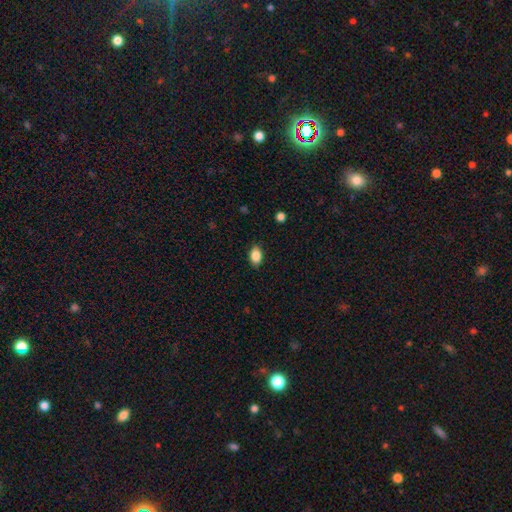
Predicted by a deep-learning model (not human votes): A smooth galaxy with no disk features (87%) that is in between round and cigar-shaped (87%).

Vote fractions:
- Smooth or featured? smooth: 87% / star or artifact: 8% / featured or disk: 5%
- How rounded? in between: 87% / round: 12% / cigar-shaped: 2%
- Merging? none: 86% / minor disturbance: 11% / major disturbance: 2% / merger: 1%